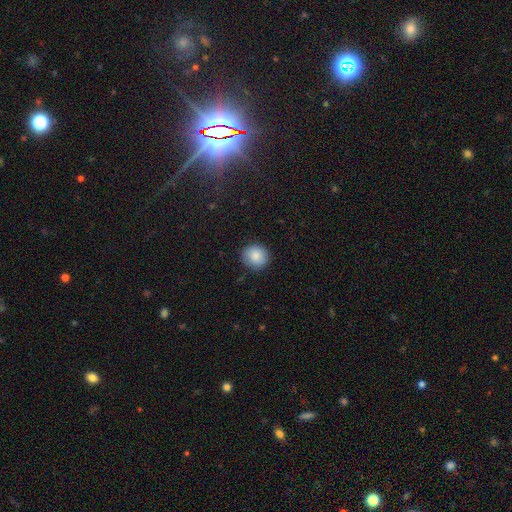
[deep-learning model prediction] A smooth galaxy with no disk features (86%) that is round (88%).

Vote fractions:
- Smooth or featured? smooth: 86% / star or artifact: 8% / featured or disk: 6%
- How rounded? round: 88% / in between: 11% / cigar-shaped: 1%
- Merging? none: 88% / minor disturbance: 9% / major disturbance: 2% / merger: 1%